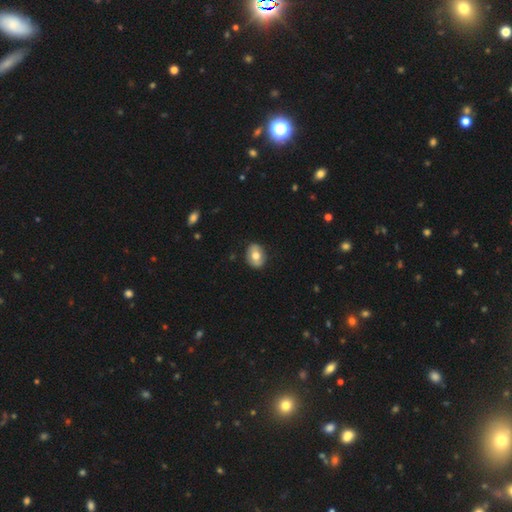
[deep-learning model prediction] Smooth or featured: smooth — 69% (featured or disk — 24%)
How rounded: in between — 63% (round — 36%)
Merging: none — 86% (minor disturbance — 11%)